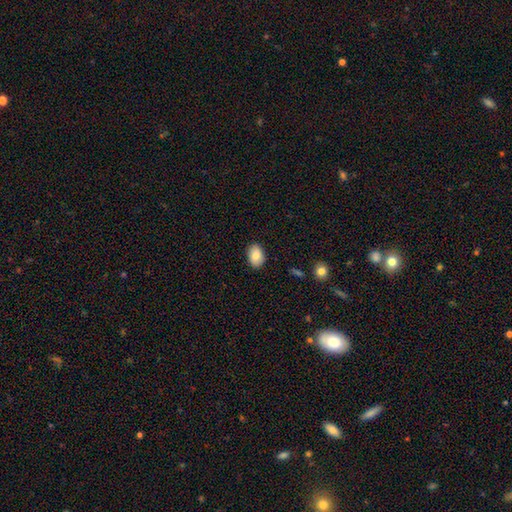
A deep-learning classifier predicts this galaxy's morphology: type=smooth (85%); roundness=in between (86%); merging=none (88%).